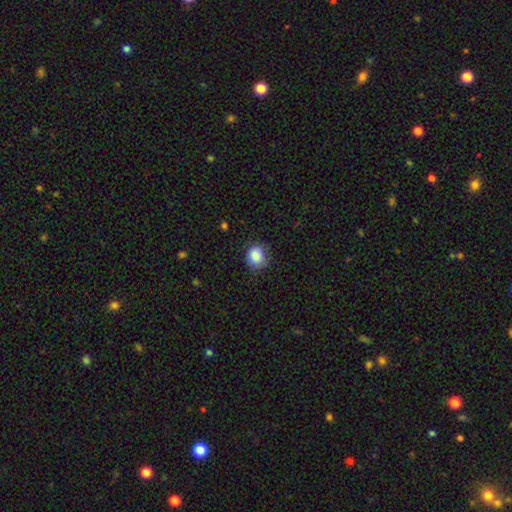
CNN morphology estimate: Q: Smooth or featured?
A: smooth (87%); runner-up: star or artifact (9%)
Q: How rounded?
A: round (69%); runner-up: in between (30%)
Q: Merging?
A: none (74%); runner-up: minor disturbance (20%)